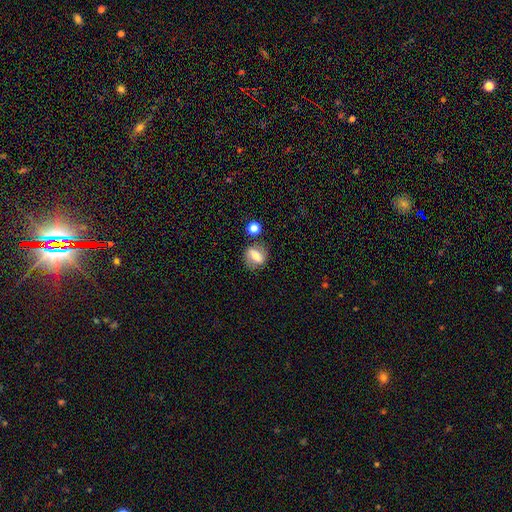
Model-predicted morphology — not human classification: Smooth or featured: smooth — 47% (featured or disk — 43%)
Merging: none — 72% (minor disturbance — 15%)